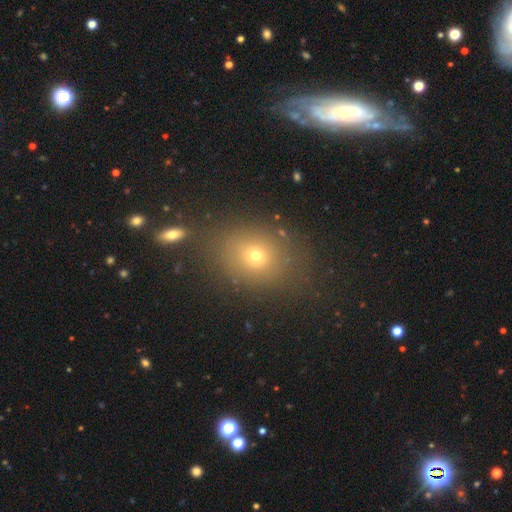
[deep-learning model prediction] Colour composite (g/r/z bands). It shows a smooth galaxy with no disk features (67%) that is round (55%). Merging: none (73%).